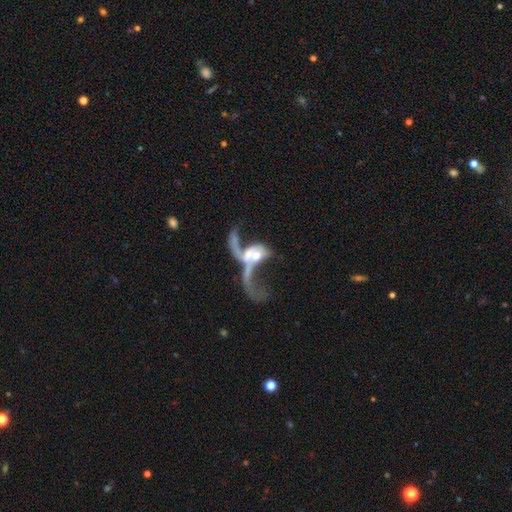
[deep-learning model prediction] Smooth or featured?
  - featured or disk: 68% *
  - smooth: 24%
  - star or artifact: 8%
Edge-on disk?
  - no: 93% *
  - yes: 7%
Bar?
  - no: 69% *
  - weak: 23%
  - strong: 9%
Spiral arms?
  - yes: 61% *
  - no: 39%
Bulge size?
  - moderate: 51% *
  - small: 22%
  - large: 16%
  - none: 8%
  - dominant: 4%
Merging?
  - merger: 66% *
  - major disturbance: 22%
  - none: 8%
  - minor disturbance: 4%